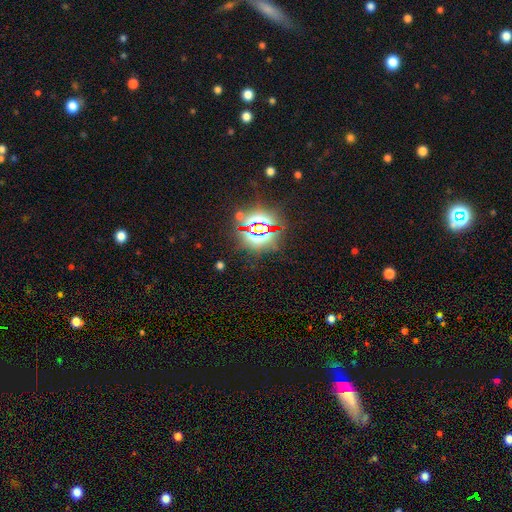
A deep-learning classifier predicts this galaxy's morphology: A star or artifact, not a galaxy (82%).